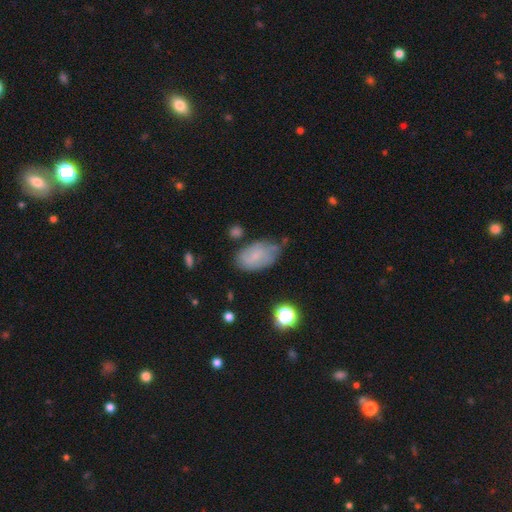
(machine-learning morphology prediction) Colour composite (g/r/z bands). It shows a smooth galaxy with no disk features (65%) that is in between round and cigar-shaped (91%). Merging: none (51%).